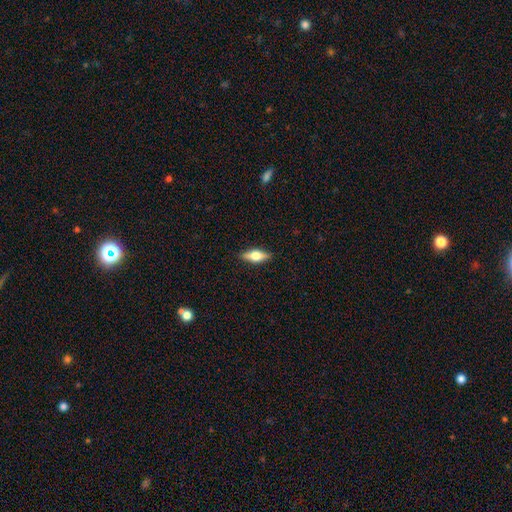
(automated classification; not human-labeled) A featured or disk galaxy (50%).

Vote fractions:
- Smooth or featured? featured or disk: 50% / smooth: 43% / star or artifact: 7%
- Merging? none: 89% / minor disturbance: 8% / major disturbance: 2% / merger: 1%